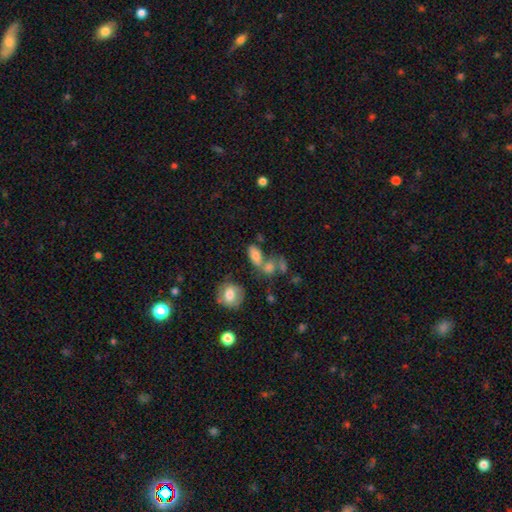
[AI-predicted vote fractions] Overall: smooth (74%). How rounded: in between (84%). Merging: none (42%; merger 34%).